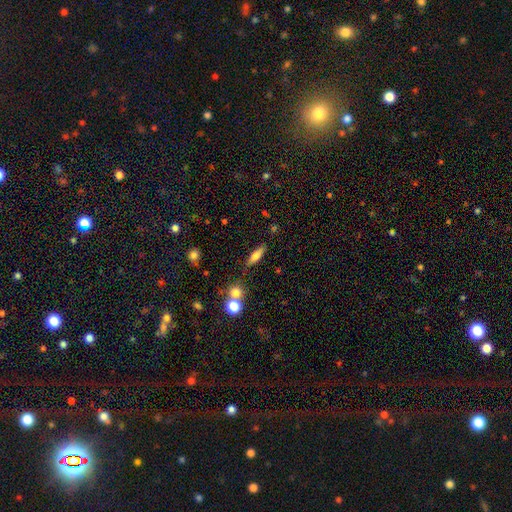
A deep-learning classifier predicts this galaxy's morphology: Q: Smooth or featured?
A: smooth (62%); runner-up: featured or disk (29%)
Q: How rounded?
A: cigar-shaped (56%); runner-up: in between (39%)
Q: Merging?
A: none (79%); runner-up: minor disturbance (11%)